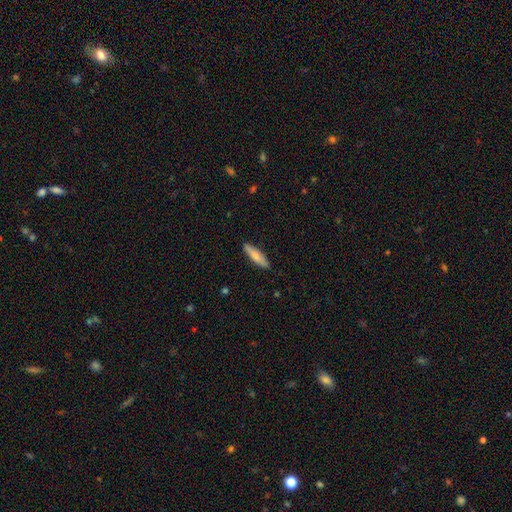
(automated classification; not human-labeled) Q: Smooth or featured?
A: smooth (72%); runner-up: featured or disk (22%)
Q: How rounded?
A: cigar-shaped (75%); runner-up: in between (23%)
Q: Merging?
A: none (89%); runner-up: minor disturbance (9%)